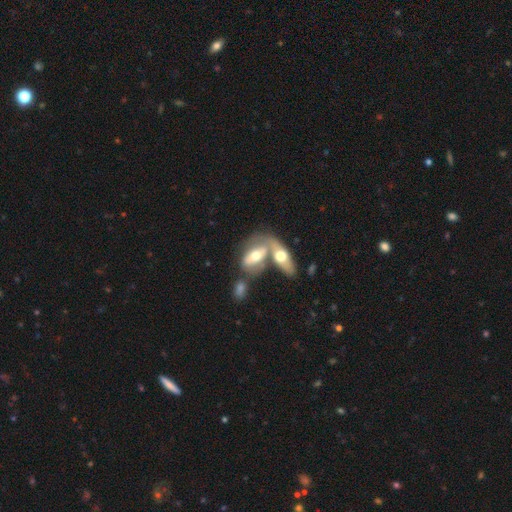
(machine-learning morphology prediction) smooth_or_featured: featured or disk (p=0.50) [alt: smooth p=0.45]
merging: merger (p=0.60) [alt: none p=0.25]